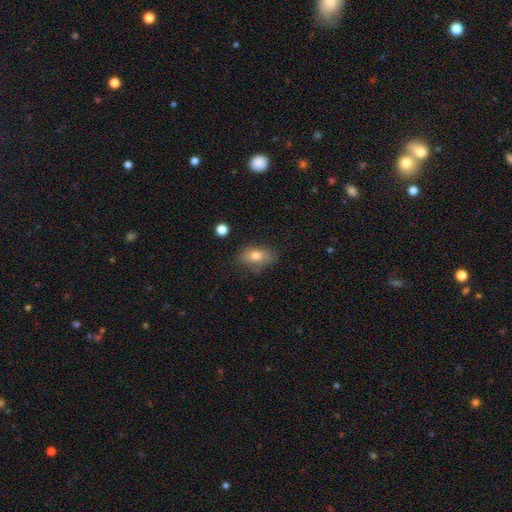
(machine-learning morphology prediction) type=smooth (76%); roundness=in between (82%); merging=none (72%).